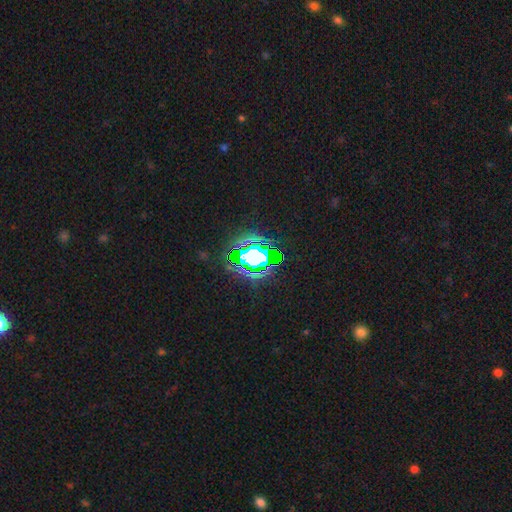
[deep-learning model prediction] This is possibly a star or artifact rather than a galaxy (59%).